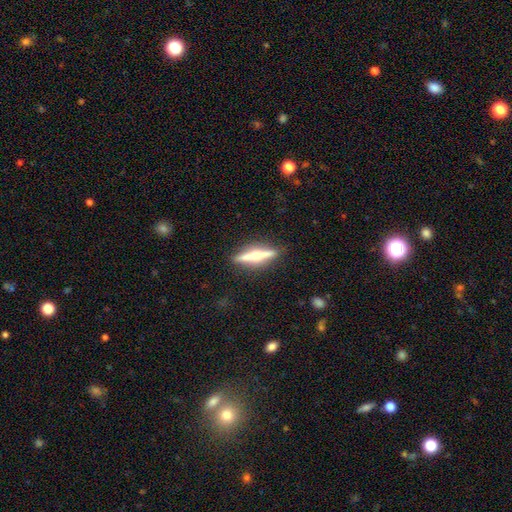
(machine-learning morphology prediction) Smooth or featured: featured or disk — 72% (smooth — 23%)
Edge-on disk: yes — 97% (no — 3%)
Edge-on bulge: rounded — 89% (boxy — 6%)
Merging: none — 89% (minor disturbance — 7%)